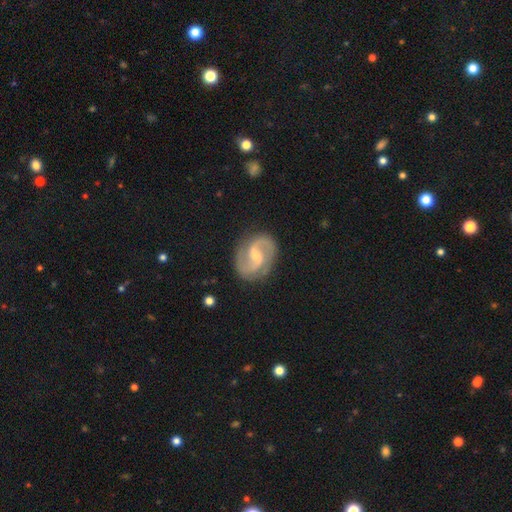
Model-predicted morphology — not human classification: Smooth or featured: featured or disk — 90% (smooth — 5%)
Edge-on disk: no — 98% (yes — 2%)
Bar: weak — 55% (no — 28%)
Spiral arms: yes — 98% (no — 2%)
Spiral winding: medium — 58% (loose — 22%)
Spiral arm count: 2 — 94% (can't tell — 2%)
Bulge size: small — 50% (moderate — 40%)
Merging: none — 85% (minor disturbance — 11%)